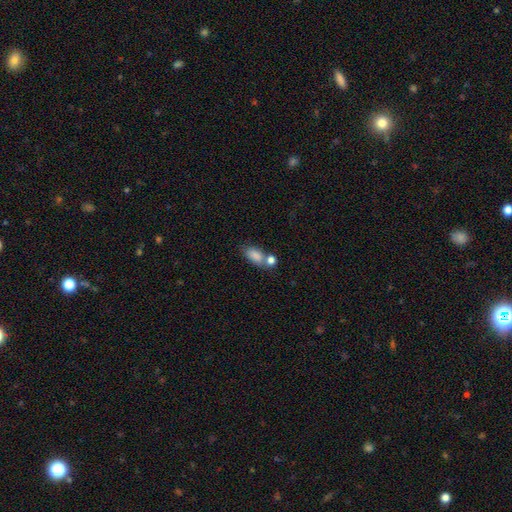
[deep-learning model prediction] Q: Smooth or featured?
A: smooth (84%); runner-up: star or artifact (8%)
Q: How rounded?
A: in between (86%); runner-up: round (9%)
Q: Merging?
A: none (44%); runner-up: merger (37%)